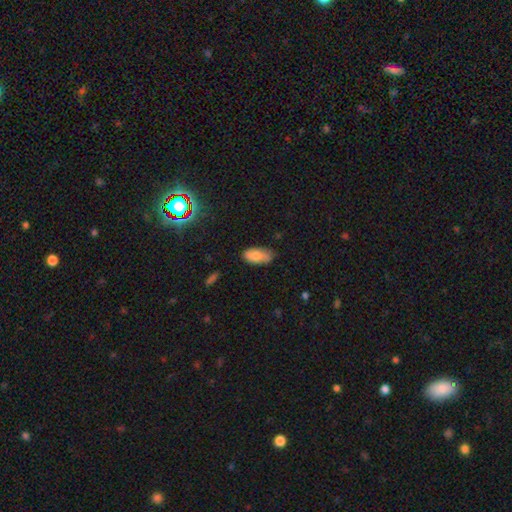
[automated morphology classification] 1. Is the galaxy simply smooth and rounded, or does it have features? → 80% smooth, 12% featured or disk, 8% star or artifact.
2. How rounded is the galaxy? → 90% in between, 7% cigar-shaped, 2% round.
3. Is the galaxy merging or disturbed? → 66% none, 27% minor disturbance, 5% major disturbance, 2% merger.